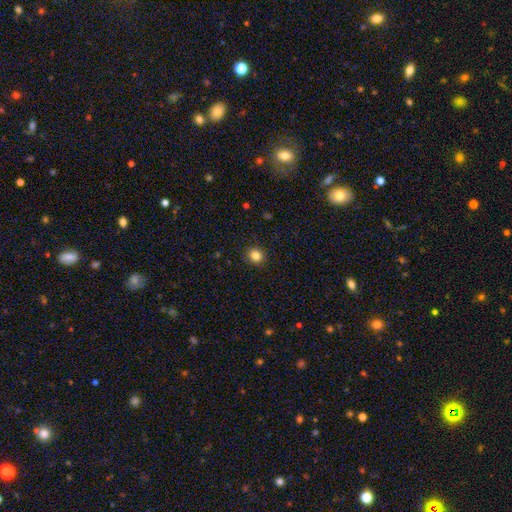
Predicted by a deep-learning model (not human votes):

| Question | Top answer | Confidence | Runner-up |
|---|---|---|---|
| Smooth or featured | smooth | 84% | star or artifact (11%) |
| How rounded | round | 85% | in between (14%) |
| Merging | none | 91% | minor disturbance (6%) |